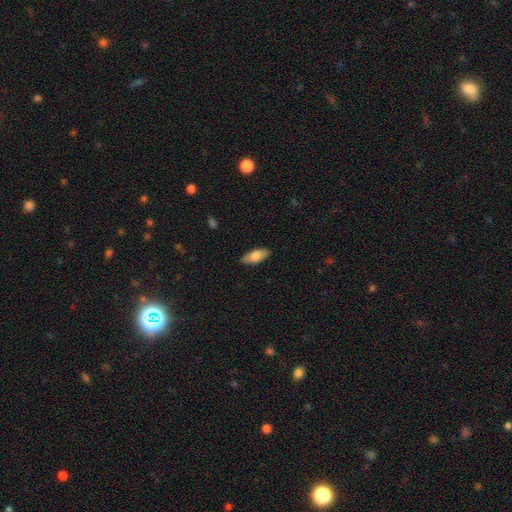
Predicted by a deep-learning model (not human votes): smooth_or_featured: smooth (p=0.77) [alt: featured or disk p=0.17]
how_rounded: in between (p=0.81) [alt: cigar-shaped p=0.17]
merging: none (p=0.86) [alt: minor disturbance p=0.11]